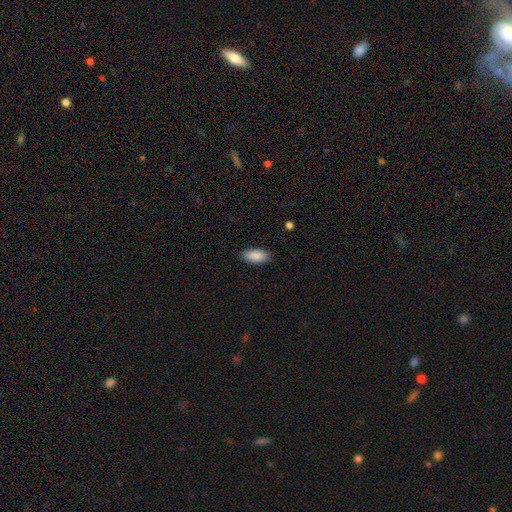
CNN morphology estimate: The model was most divided on "merging": none: 87%, minor disturbance: 10%, major disturbance: 2%, merger: 1%. More confident: how rounded — in between (91%); smooth or featured — smooth (90%).